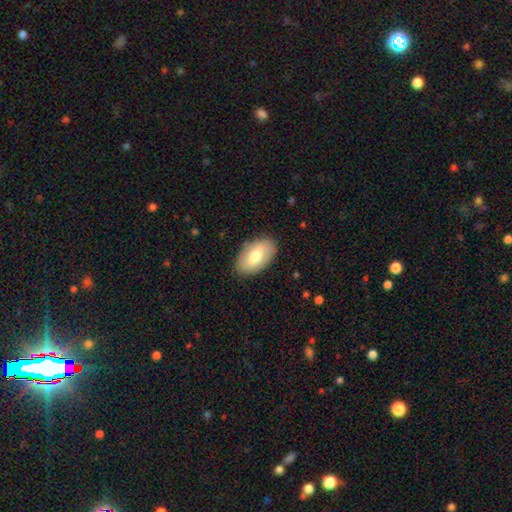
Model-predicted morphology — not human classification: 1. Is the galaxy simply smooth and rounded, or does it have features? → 68% smooth, 26% featured or disk, 6% star or artifact.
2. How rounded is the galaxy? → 94% in between, 5% round, 2% cigar-shaped.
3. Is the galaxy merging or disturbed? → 85% none, 11% minor disturbance, 3% major disturbance, 1% merger.